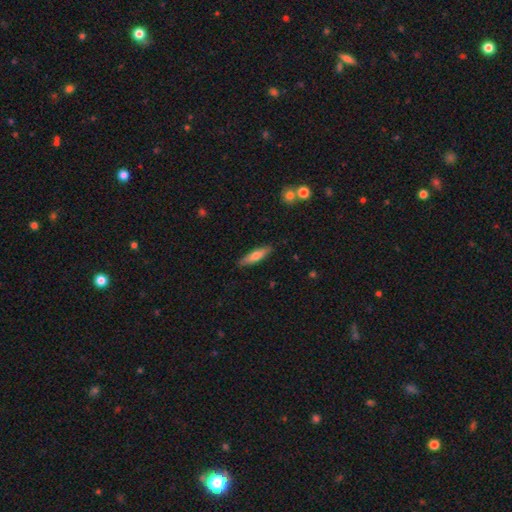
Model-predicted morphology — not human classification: smooth 69%, featured or disk 25%, star or artifact 6%. Down the decision tree: how rounded — cigar-shaped (73%); merging — none (88%).